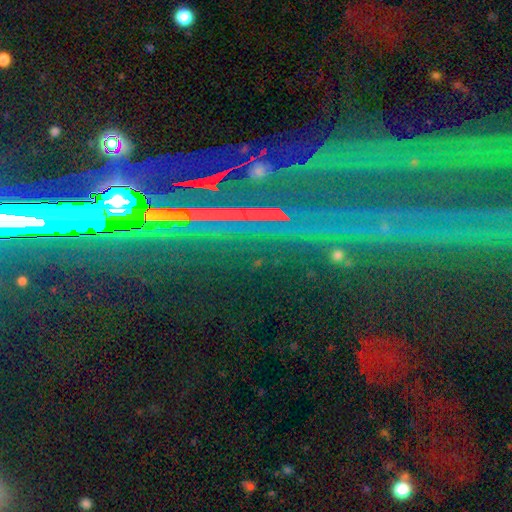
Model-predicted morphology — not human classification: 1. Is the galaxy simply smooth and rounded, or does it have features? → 81% star or artifact, 12% featured or disk, 7% smooth.